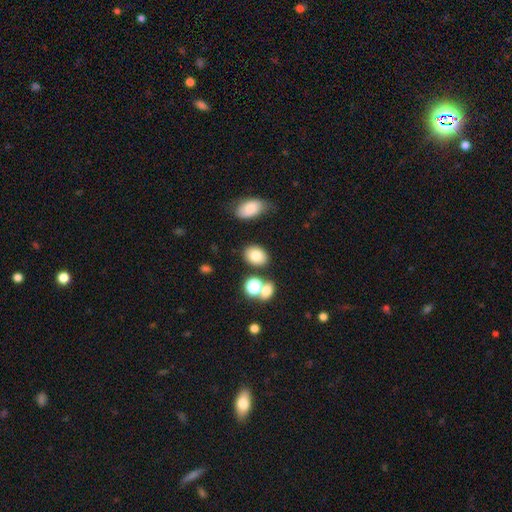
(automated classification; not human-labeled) This is likely a smooth galaxy (78%). How rounded: likely in between (68%). Merging: likely none (77%).